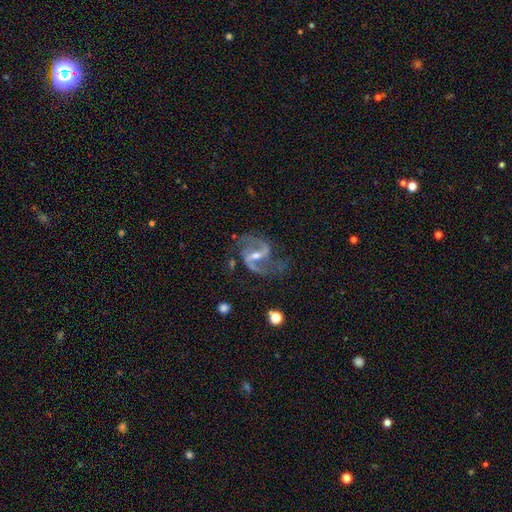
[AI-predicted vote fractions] A featured or disk galaxy (91%) with a strong bar (50%), 2 (93%) medium (52%) spiral arms (97%) and a moderate central bulge (53%). Merging: none (67%).